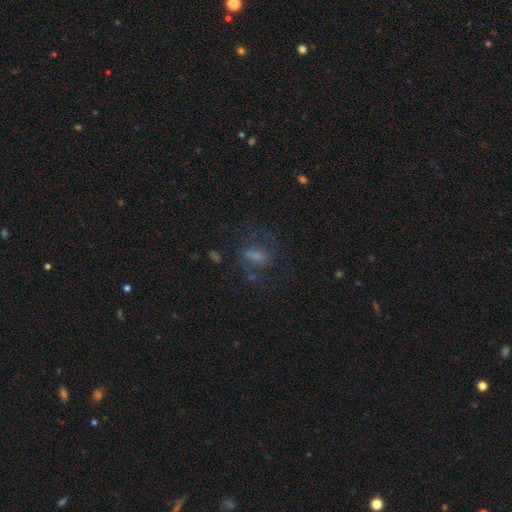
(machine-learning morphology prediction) smooth_or_featured: smooth (p=0.44) [alt: featured or disk p=0.36]
merging: none (p=0.53) [alt: major disturbance p=0.24]